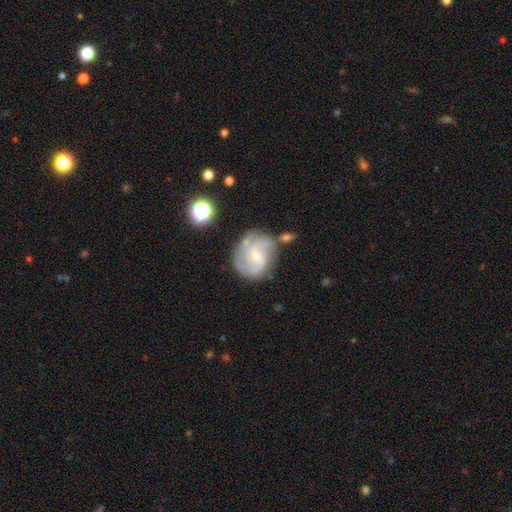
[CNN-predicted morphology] Smooth or featured?
  - featured or disk: 79% *
  - smooth: 14%
  - star or artifact: 7%
Edge-on disk?
  - no: 98% *
  - yes: 2%
Bar?
  - no: 50% *
  - weak: 42%
  - strong: 7%
Spiral arms?
  - yes: 93% *
  - no: 7%
Spiral winding?
  - medium: 47% *
  - tight: 35%
  - loose: 18%
Spiral arm count?
  - 2: 38% *
  - 3: 27%
  - can't tell: 21%
  - 4: 6%
  - 1: 4%
  - more than 4: 4%
Bulge size?
  - small: 64% *
  - moderate: 31%
  - none: 3%
  - large: 1%
  - dominant: 1%
Merging?
  - none: 58% *
  - minor disturbance: 22%
  - major disturbance: 11%
  - merger: 9%